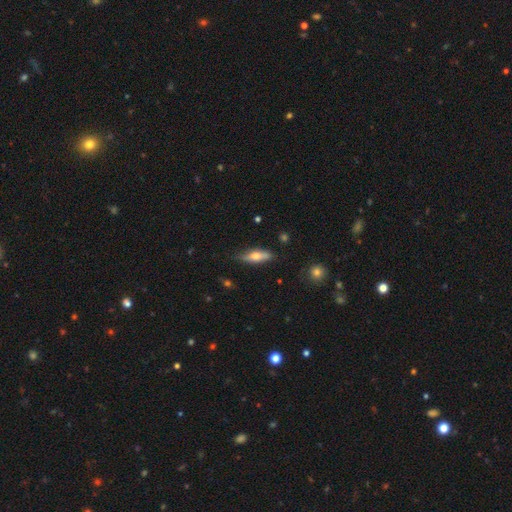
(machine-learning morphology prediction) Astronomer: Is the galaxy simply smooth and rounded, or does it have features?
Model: smooth — 54% (runner-up: featured or disk, 39%).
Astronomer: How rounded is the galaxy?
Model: cigar-shaped — 49% (runner-up: in between, 48%).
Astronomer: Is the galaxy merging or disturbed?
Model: none — 77%.